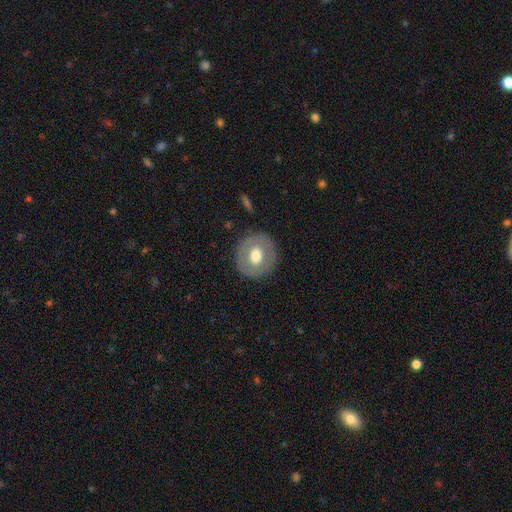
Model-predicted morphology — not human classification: smooth-or-featured: smooth: 57% | featured or disk: 36% | star or artifact: 7%
  how-rounded: round: 85% | in between: 14% | cigar-shaped: 1%
  merging: none: 86% | minor disturbance: 9% | major disturbance: 4% | merger: 1%